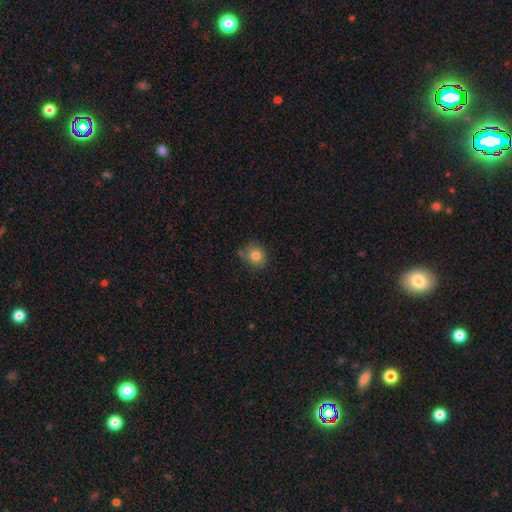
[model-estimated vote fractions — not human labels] Morphology: type=smooth (81%); roundness=round (81%); merging=none (73%).